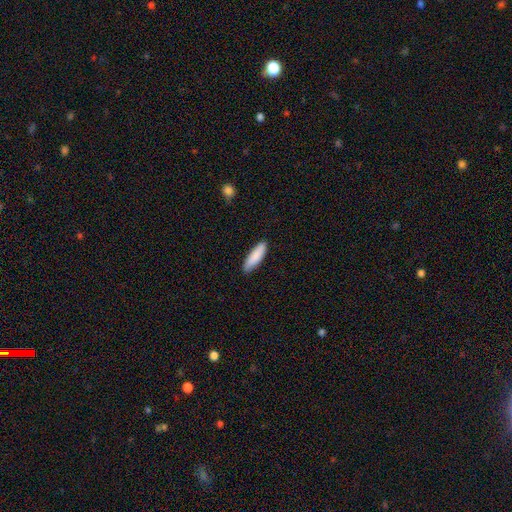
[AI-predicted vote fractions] This is clearly a smooth galaxy (87%). How rounded: possibly cigar-shaped (58%). Merging: clearly none (86%).